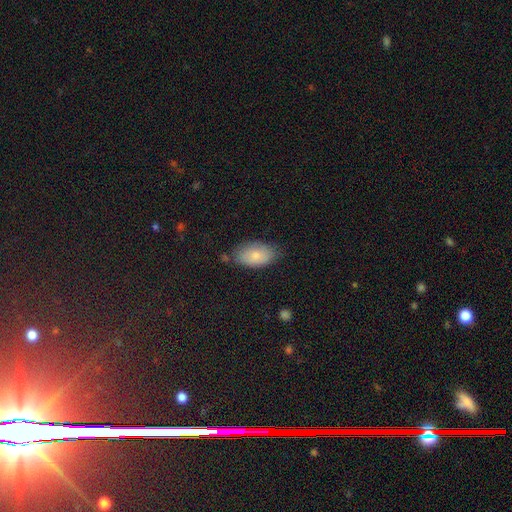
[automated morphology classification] This appears to be a smooth galaxy with no disk features (80%) that is in between round and cigar-shaped (94%). Merging: none (71%).